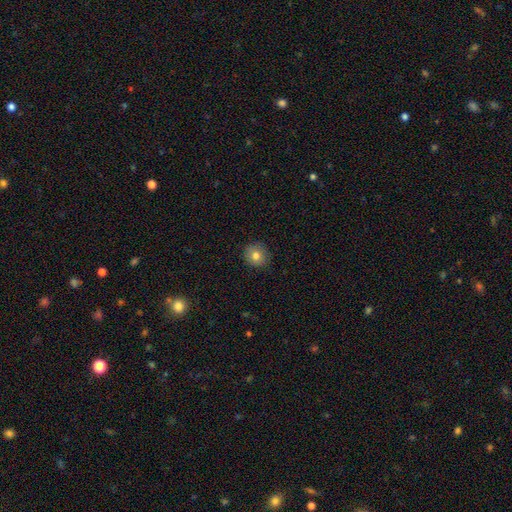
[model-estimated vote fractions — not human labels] smooth 79%, star or artifact 11%, featured or disk 10%. Down the decision tree: how rounded — round (90%); merging — none (89%).